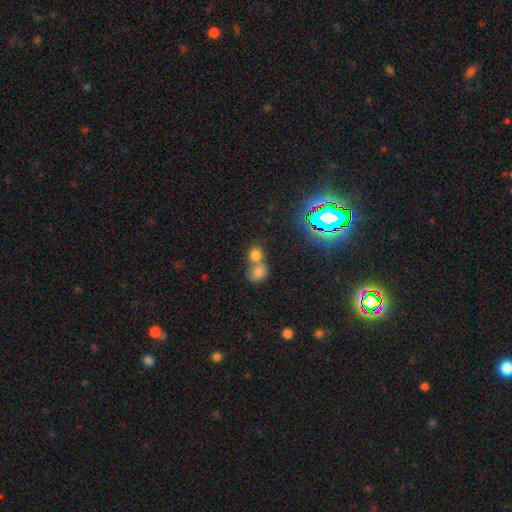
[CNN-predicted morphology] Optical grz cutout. It shows a smooth galaxy with no disk features (73%) that is round (66%). Merging: merger (61%).